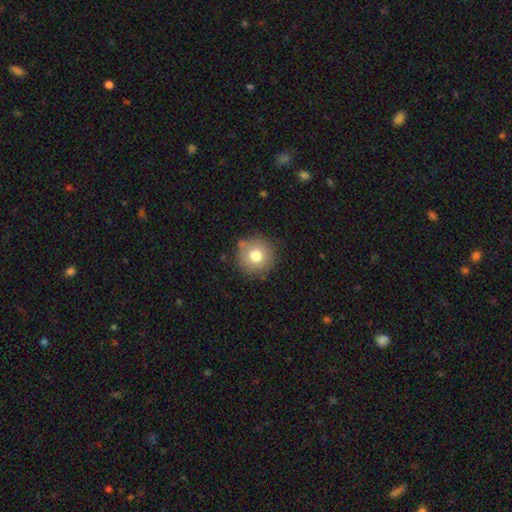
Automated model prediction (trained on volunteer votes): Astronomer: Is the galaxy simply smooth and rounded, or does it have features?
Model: smooth — 76%.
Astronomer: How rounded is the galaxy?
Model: round — 95%.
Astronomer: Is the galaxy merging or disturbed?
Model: none — 85%.